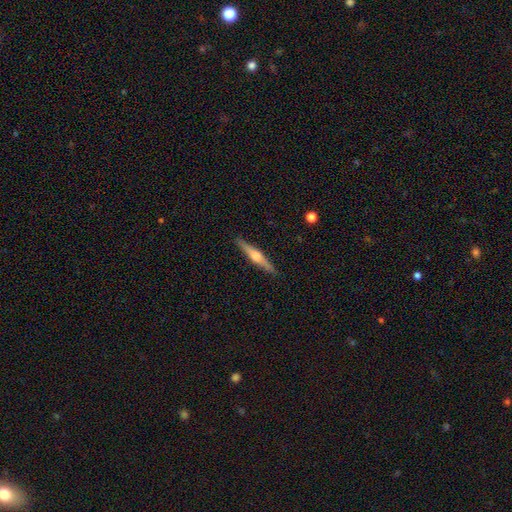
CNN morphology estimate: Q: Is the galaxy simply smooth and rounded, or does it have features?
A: featured or disk — 66%.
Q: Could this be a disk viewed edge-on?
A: yes — 98%.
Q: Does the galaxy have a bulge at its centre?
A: rounded — 80%.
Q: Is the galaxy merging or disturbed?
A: none — 91%.